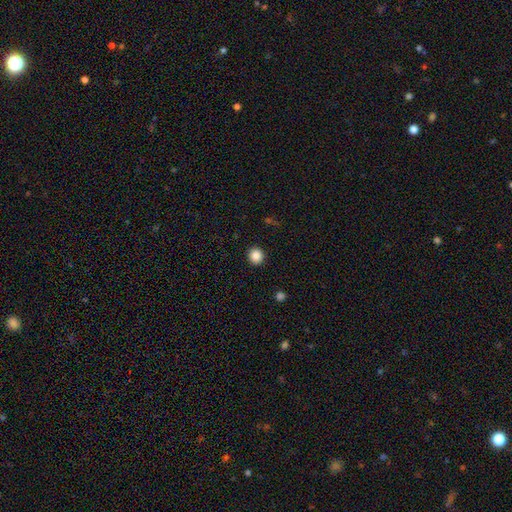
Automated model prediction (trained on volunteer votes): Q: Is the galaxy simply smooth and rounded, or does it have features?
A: smooth — 86%.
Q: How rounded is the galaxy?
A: round — 91%.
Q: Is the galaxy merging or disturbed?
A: none — 92%.